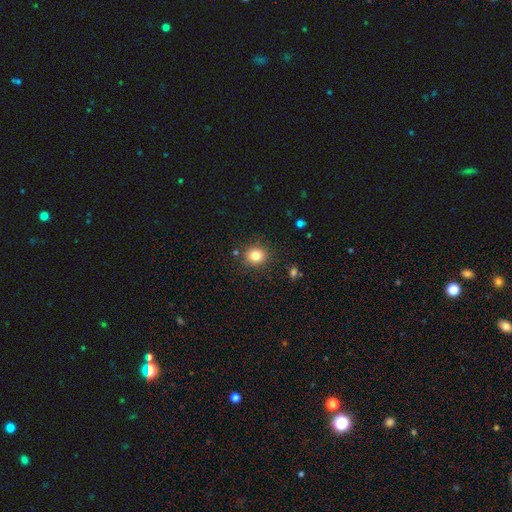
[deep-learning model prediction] smooth-or-featured: smooth: 82% | star or artifact: 11% | featured or disk: 7%
  how-rounded: round: 78% | in between: 21% | cigar-shaped: 1%
  merging: none: 85% | minor disturbance: 9% | major disturbance: 3% | merger: 3%